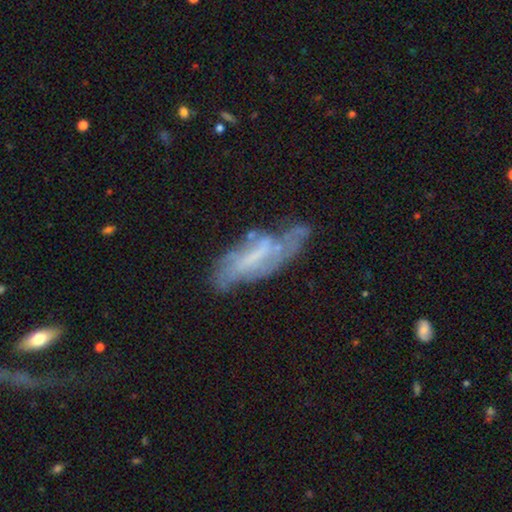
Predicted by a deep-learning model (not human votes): A featured or disk galaxy (62%).

Vote fractions:
- Smooth or featured? featured or disk: 62% / smooth: 29% / star or artifact: 9%
- Edge-on disk? no: 79% / yes: 21%
- Merging? none: 46% / minor disturbance: 30% / major disturbance: 18% / merger: 6%